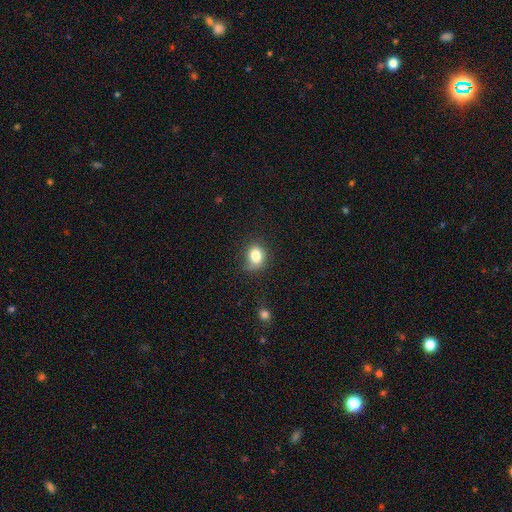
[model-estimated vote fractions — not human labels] This appears to be a smooth galaxy with no disk features (81%) that is round (56%). Merging: none (60%).